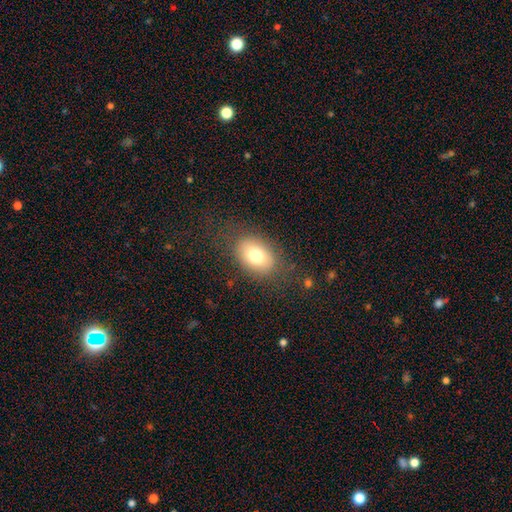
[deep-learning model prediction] smooth_or_featured: smooth (p=0.75) [alt: featured or disk p=0.15]
how_rounded: in between (p=0.77) [alt: round p=0.22]
merging: none (p=0.78) [alt: minor disturbance p=0.14]